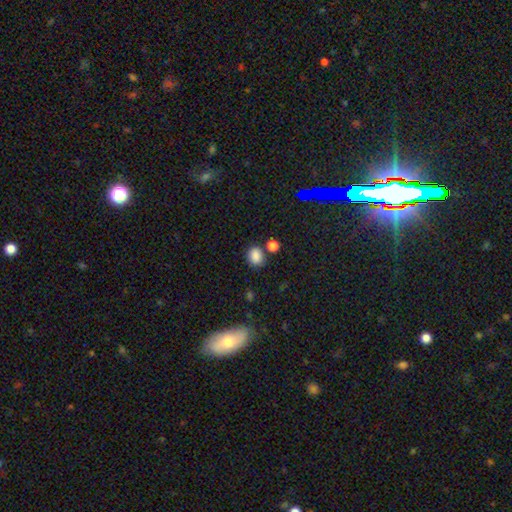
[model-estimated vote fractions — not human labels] Smooth or featured? smooth (84%)
How rounded? round (51%)
Merging? none (73%)